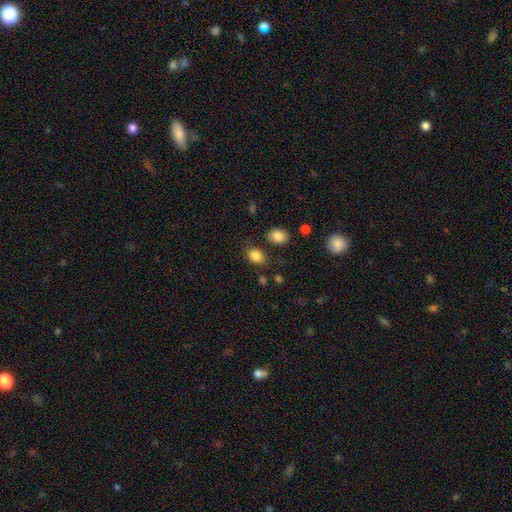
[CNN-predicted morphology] The model was most divided on "how rounded": in between: 64%, round: 35%, cigar-shaped: 1%. More confident: smooth or featured — smooth (85%); merging — none (71%).